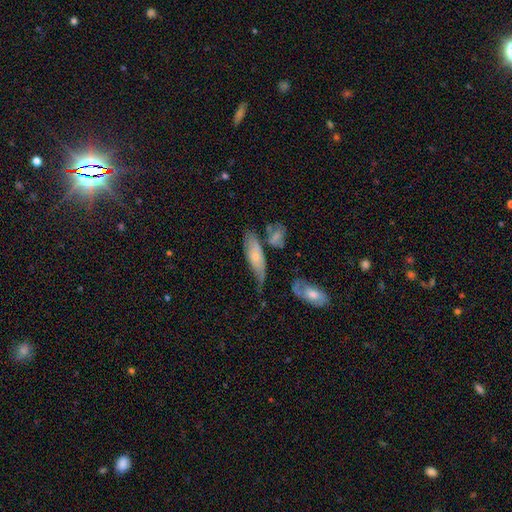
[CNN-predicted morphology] Q: Smooth or featured?
A: smooth (50%); runner-up: featured or disk (43%)
Q: How rounded?
A: in between (56%); runner-up: cigar-shaped (41%)
Q: Merging?
A: none (38%); runner-up: minor disturbance (30%)